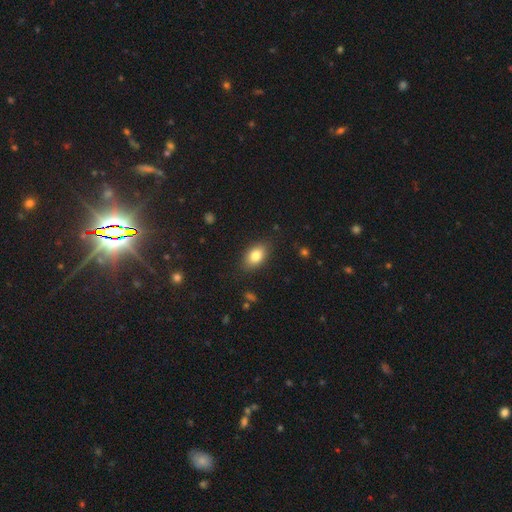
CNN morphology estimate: type=smooth (82%); roundness=in between (87%); merging=none (85%).